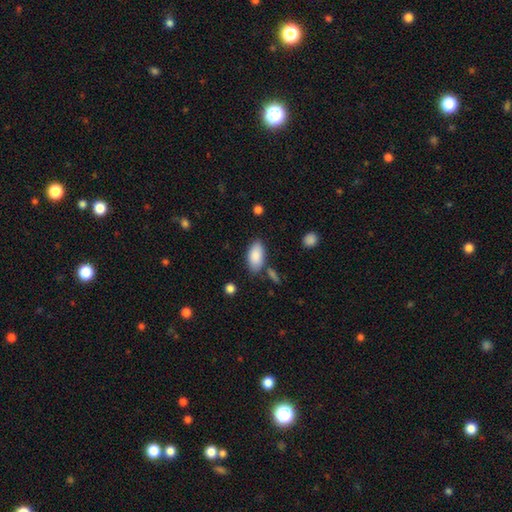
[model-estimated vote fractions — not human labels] smooth 87%, star or artifact 6%, featured or disk 6%. Down the decision tree: how rounded — in between (93%); merging — none (76%).